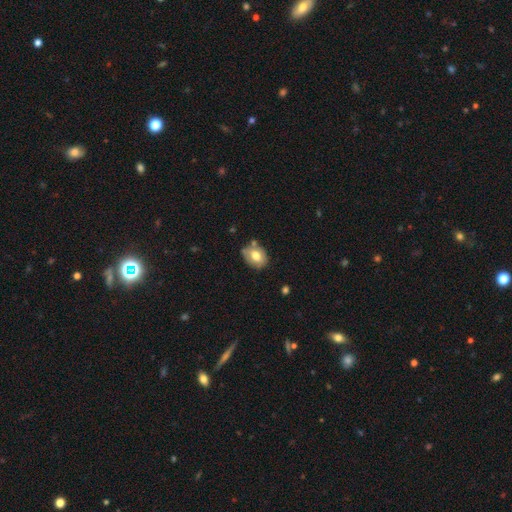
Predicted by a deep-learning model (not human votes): smooth_or_featured: smooth (p=0.72) [alt: featured or disk p=0.20]
how_rounded: in between (p=0.65) [alt: round p=0.34]
merging: none (p=0.63) [alt: minor disturbance p=0.22]